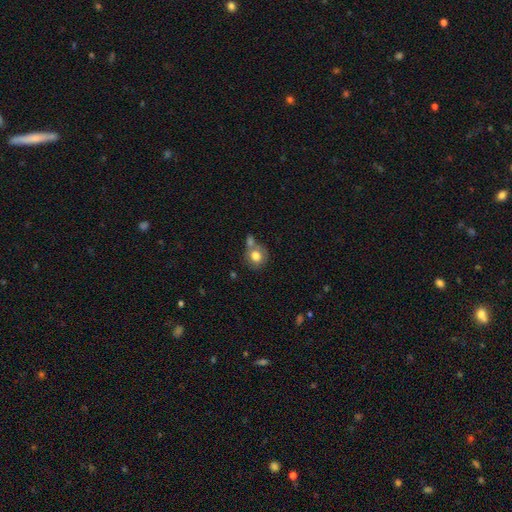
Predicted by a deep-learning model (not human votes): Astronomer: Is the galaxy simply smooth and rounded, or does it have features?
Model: smooth — 77%.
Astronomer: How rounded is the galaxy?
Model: round — 82%.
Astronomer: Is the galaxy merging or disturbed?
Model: none — 48% (runner-up: merger, 32%).